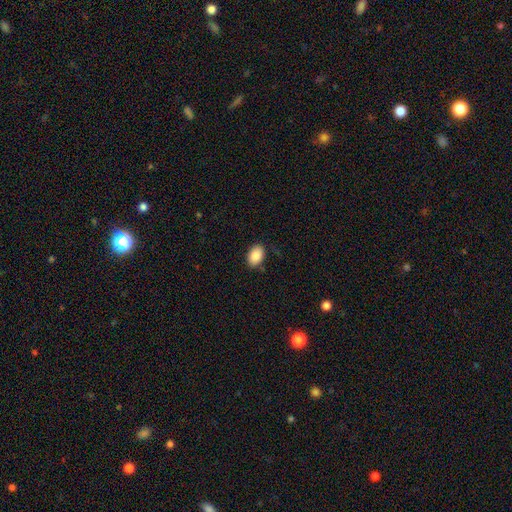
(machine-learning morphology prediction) This is clearly a smooth galaxy (88%). How rounded: clearly in between (86%). Merging: clearly none (85%).